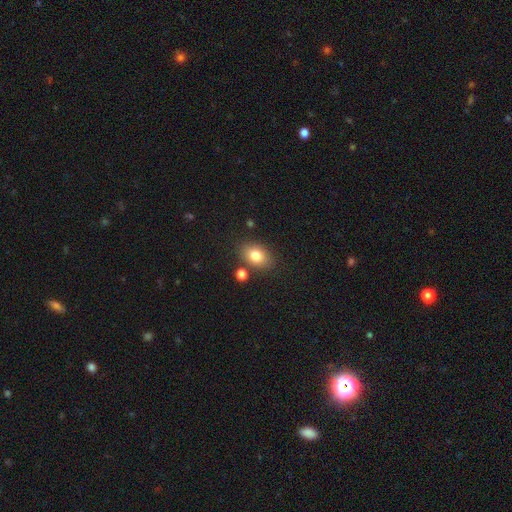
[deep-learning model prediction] The model was most divided on "how rounded": in between: 74%, round: 24%, cigar-shaped: 1%. More confident: smooth or featured — smooth (80%); merging — none (78%).